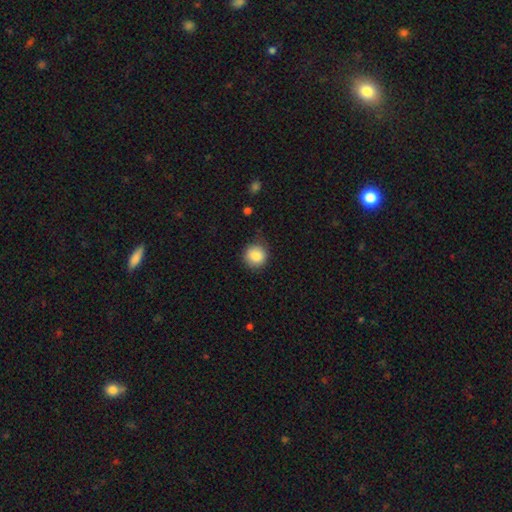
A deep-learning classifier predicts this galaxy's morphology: type=smooth (87%); roundness=round (92%); merging=none (81%).